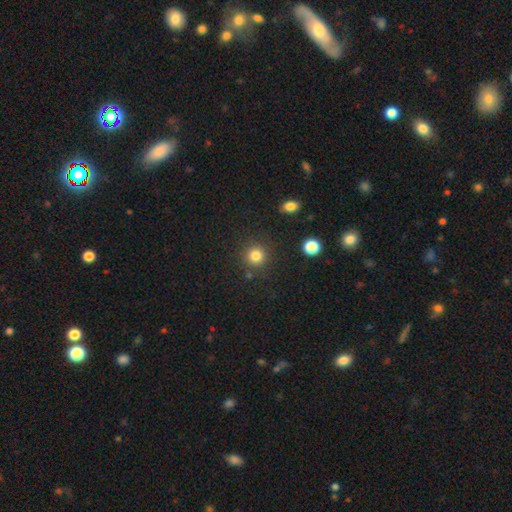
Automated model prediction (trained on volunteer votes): smooth_or_featured: smooth (p=0.83) [alt: star or artifact p=0.12]
how_rounded: round (p=0.93) [alt: in between p=0.06]
merging: none (p=0.87) [alt: minor disturbance p=0.07]